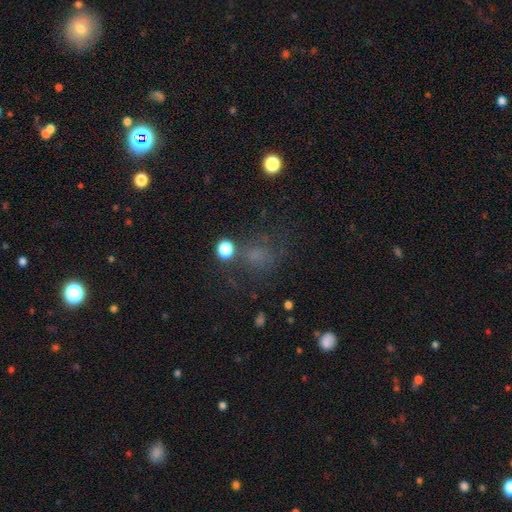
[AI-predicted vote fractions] Smooth or featured?
  - smooth: 46% *
  - star or artifact: 33%
  - featured or disk: 21%
Merging?
  - none: 55% *
  - major disturbance: 22%
  - minor disturbance: 18%
  - merger: 5%